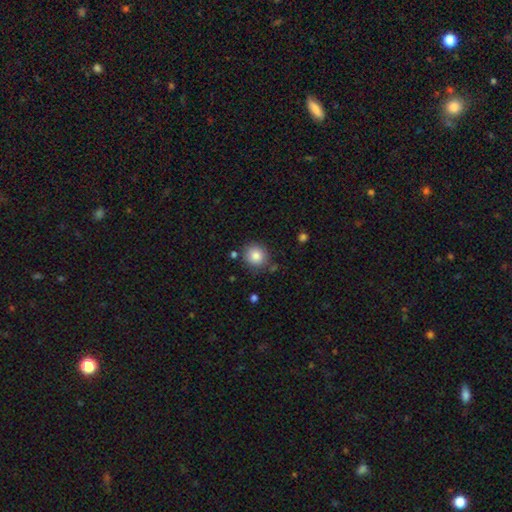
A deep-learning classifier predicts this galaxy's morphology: smooth 84%, star or artifact 9%, featured or disk 7%. Down the decision tree: how rounded — round (88%); merging — none (81%).